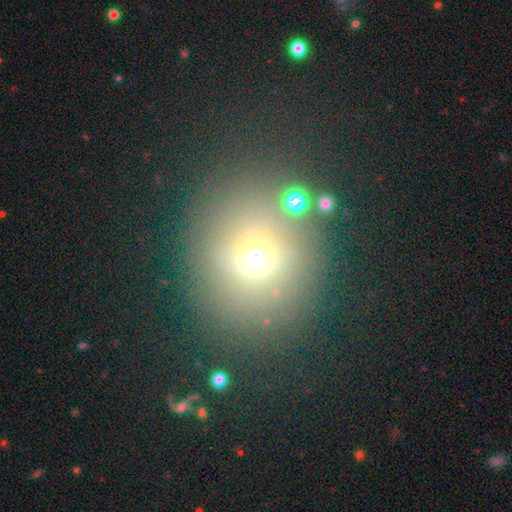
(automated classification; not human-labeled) A smooth galaxy with no disk features (64%) that is round (83%).

Vote fractions:
- Smooth or featured? smooth: 64% / star or artifact: 21% / featured or disk: 14%
- How rounded? round: 83% / in between: 16% / cigar-shaped: 1%
- Merging? none: 77% / minor disturbance: 11% / major disturbance: 6% / merger: 6%